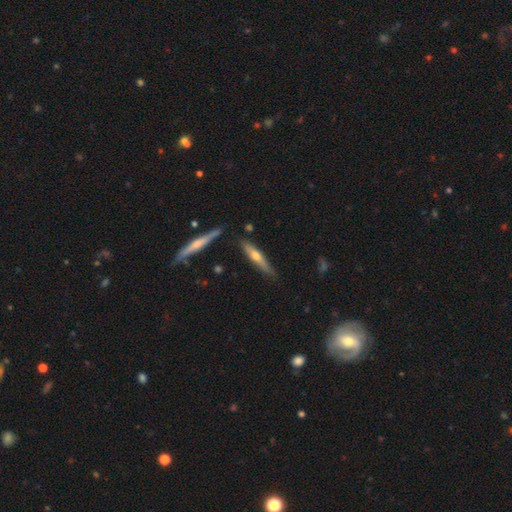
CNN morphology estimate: Q: Smooth or featured?
A: featured or disk (55%); runner-up: smooth (39%)
Q: Edge-on disk?
A: yes (94%); runner-up: no (6%)
Q: Edge-on bulge?
A: rounded (86%); runner-up: none (10%)
Q: Merging?
A: none (80%); runner-up: minor disturbance (13%)